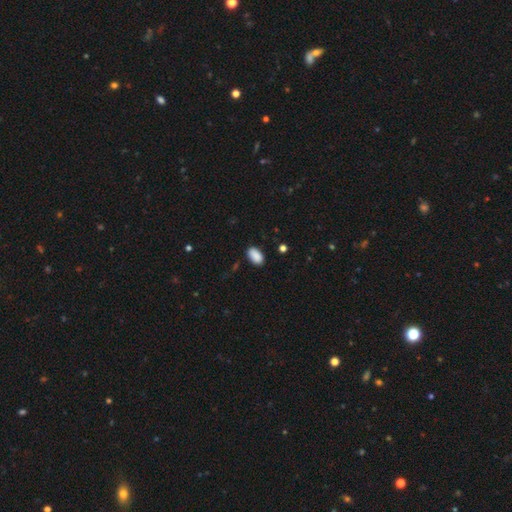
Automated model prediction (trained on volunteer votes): A smooth galaxy with no disk features (90%) that is in between round and cigar-shaped (94%). Merging: none (86%).